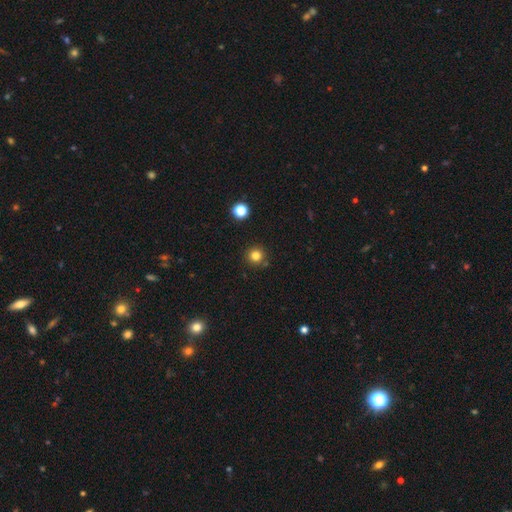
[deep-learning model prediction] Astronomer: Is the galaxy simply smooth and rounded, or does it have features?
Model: smooth — 81%.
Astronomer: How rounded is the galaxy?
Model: round — 95%.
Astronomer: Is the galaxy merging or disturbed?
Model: none — 88%.